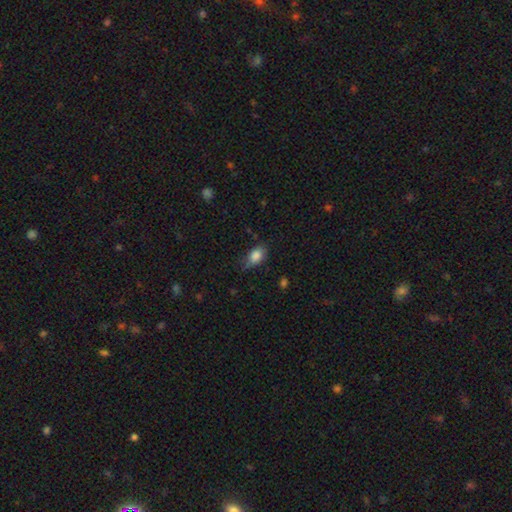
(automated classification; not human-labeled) Smooth or featured: smooth — 84% (featured or disk — 8%)
How rounded: in between — 85% (round — 12%)
Merging: none — 60% (minor disturbance — 32%)